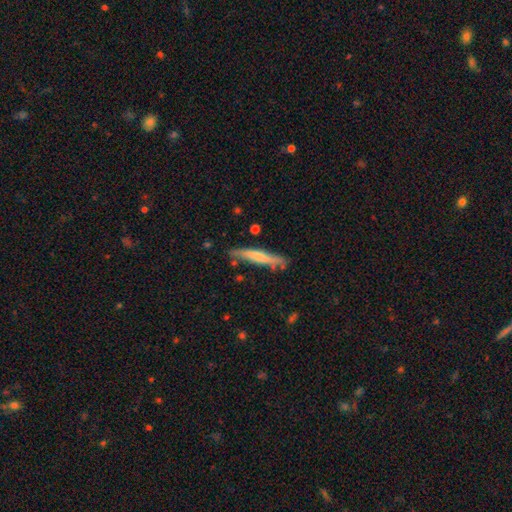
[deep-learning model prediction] featured or disk 46%, smooth 43%, star or artifact 11%. Down the decision tree: merging — none (78%).